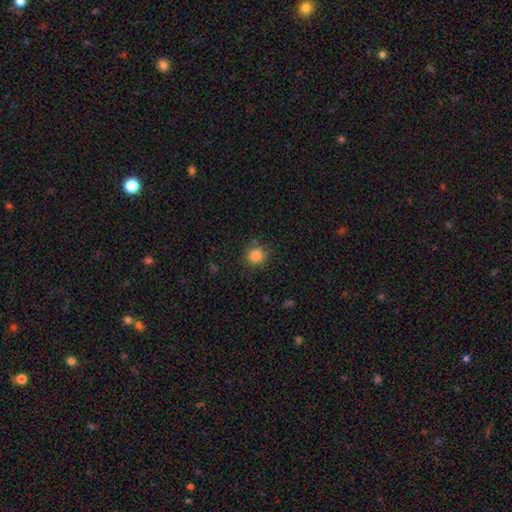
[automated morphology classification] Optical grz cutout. It shows a smooth galaxy with no disk features (84%) that is round (85%). Merging: none (83%).